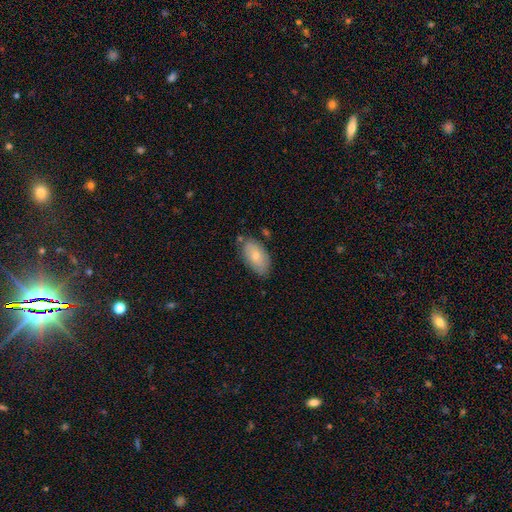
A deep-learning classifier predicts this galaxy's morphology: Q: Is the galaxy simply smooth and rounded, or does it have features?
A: smooth — 73%.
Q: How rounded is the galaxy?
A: in between — 94%.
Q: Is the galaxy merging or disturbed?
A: none — 73%.